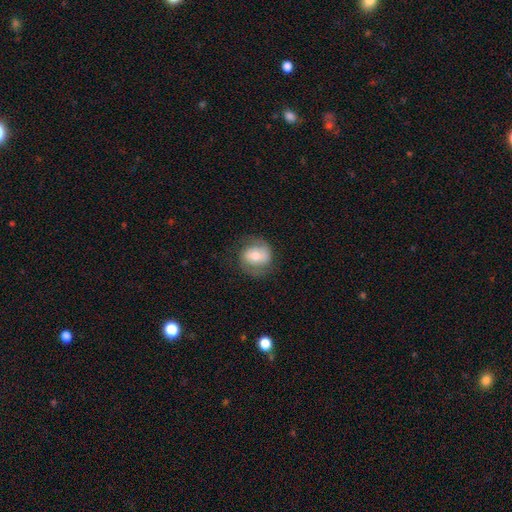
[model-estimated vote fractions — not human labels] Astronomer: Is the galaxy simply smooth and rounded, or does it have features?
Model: featured or disk — 51% (runner-up: smooth, 41%).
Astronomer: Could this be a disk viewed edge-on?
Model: no — 96%.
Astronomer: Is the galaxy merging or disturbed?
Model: none — 72%.